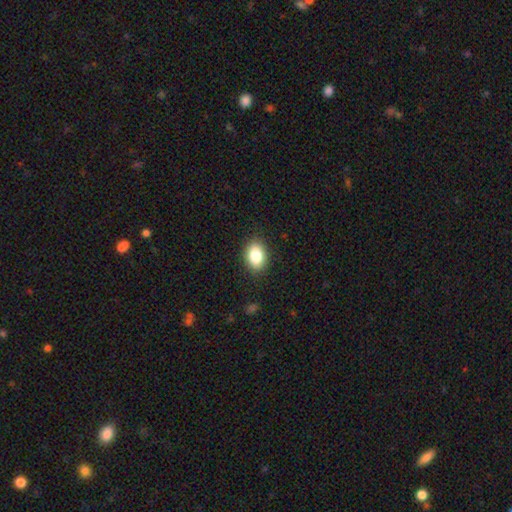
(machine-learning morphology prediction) This is clearly a smooth galaxy (84%). How rounded: likely in between (79%). Merging: clearly none (87%).